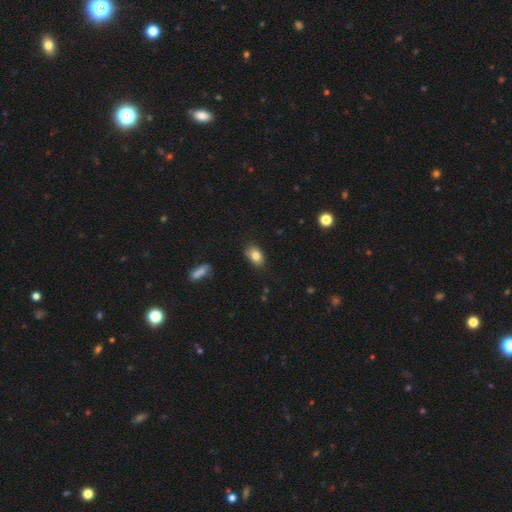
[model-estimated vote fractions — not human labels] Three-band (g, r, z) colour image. It shows a smooth galaxy with no disk features (82%) that is in between round and cigar-shaped (85%). Merging: none (79%).